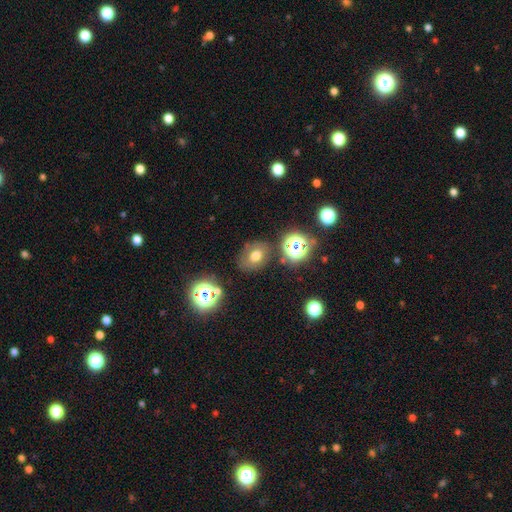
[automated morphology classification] Overall: smooth (66%). How rounded: in between (50%; round 49%). Merging: none (74%).